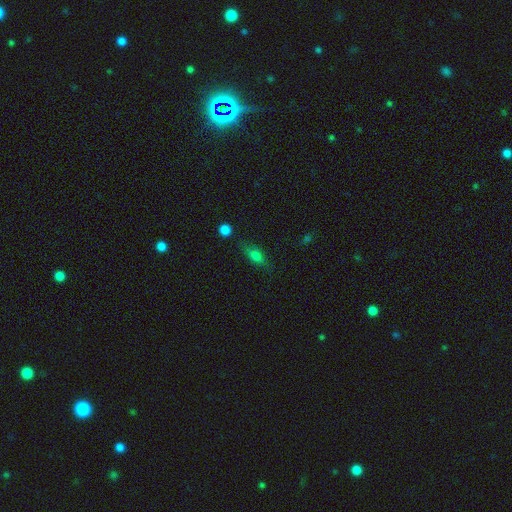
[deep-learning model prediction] Smooth or featured? Predicted: smooth (p=0.68). How rounded? Predicted: in between (p=0.69). Merging? Predicted: none (p=0.71).